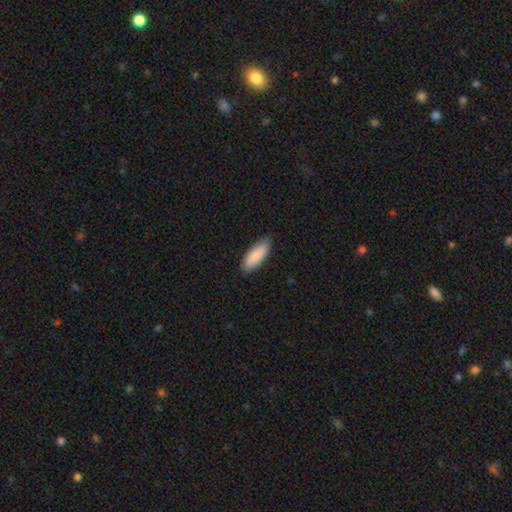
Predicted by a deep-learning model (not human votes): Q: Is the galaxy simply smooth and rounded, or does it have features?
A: smooth — 87%.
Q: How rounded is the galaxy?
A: in between — 71%.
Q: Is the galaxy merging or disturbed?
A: none — 83%.